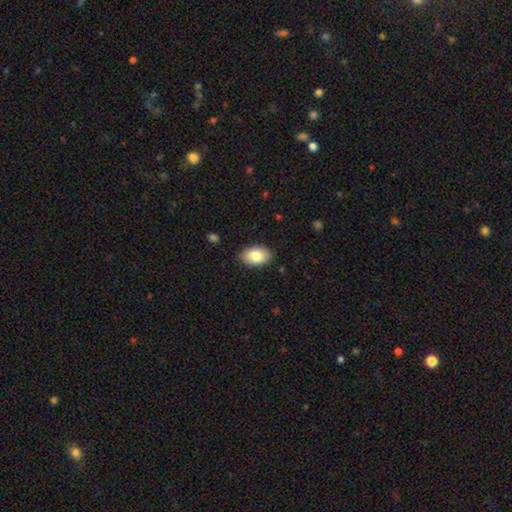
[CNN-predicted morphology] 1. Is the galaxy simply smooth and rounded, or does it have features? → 83% smooth, 11% featured or disk, 7% star or artifact.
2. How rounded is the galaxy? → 90% in between, 9% round, 1% cigar-shaped.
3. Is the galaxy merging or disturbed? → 88% none, 9% minor disturbance, 2% major disturbance, 1% merger.